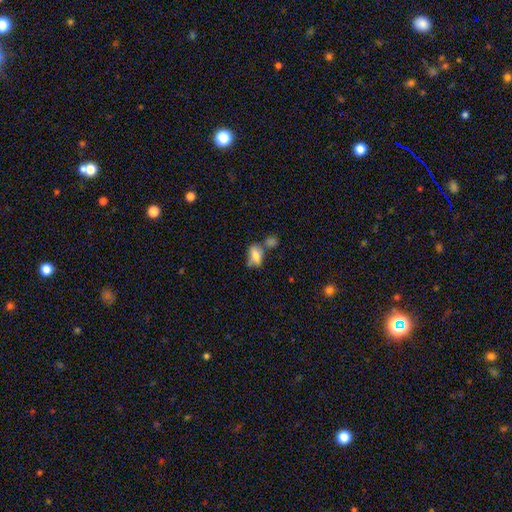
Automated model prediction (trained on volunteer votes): smooth-or-featured: smooth: 73% | featured or disk: 18% | star or artifact: 9%
  how-rounded: in between: 86% | round: 10% | cigar-shaped: 4%
  merging: none: 46% | merger: 26% | minor disturbance: 20% | major disturbance: 8%